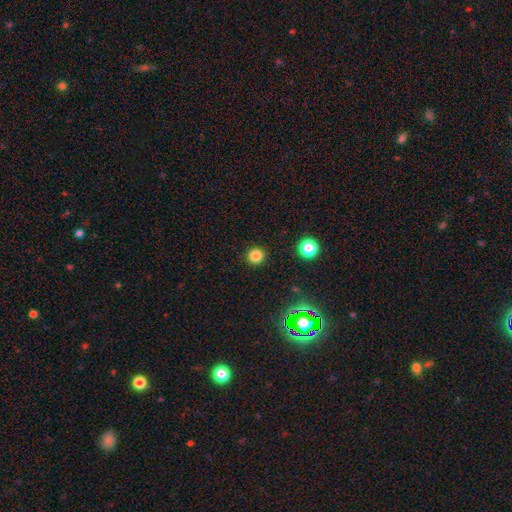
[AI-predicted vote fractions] Overall: smooth (80%). How rounded: round (93%). Merging: none (92%).